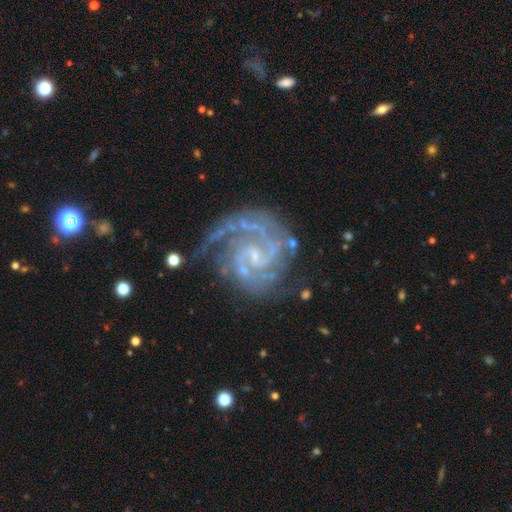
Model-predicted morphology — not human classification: smooth_or_featured: featured or disk (p=0.92) [alt: star or artifact p=0.05]
disk_edge_on: no (p=0.98) [alt: yes p=0.02]
bar: weak (p=0.47) [alt: no p=0.39]
has_spiral_arms: yes (p=0.98) [alt: no p=0.02]
spiral_winding: tight (p=0.53) [alt: medium p=0.40]
spiral_arm_count: 2 (p=0.55) [alt: 3 p=0.19]
bulge_size: small (p=0.70) [alt: none p=0.15]
merging: none (p=0.67) [alt: minor disturbance p=0.19]